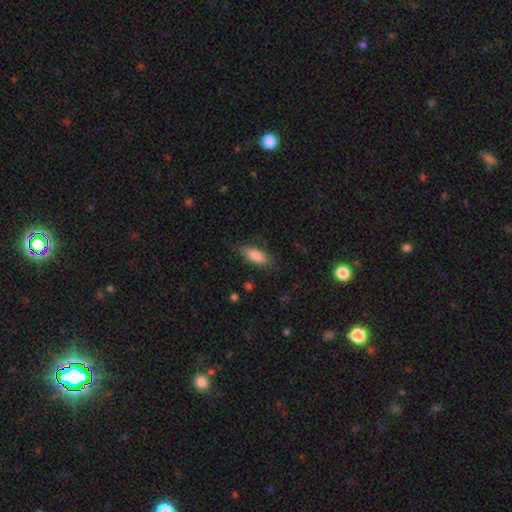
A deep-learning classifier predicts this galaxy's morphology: Overall: smooth (85%). How rounded: in between (76%). Merging: none (82%).